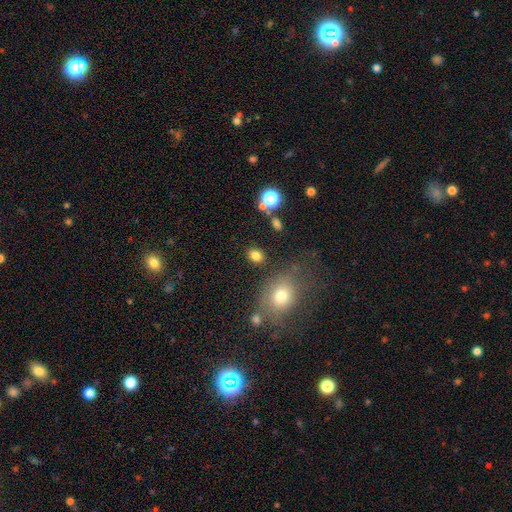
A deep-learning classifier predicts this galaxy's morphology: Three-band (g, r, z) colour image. It shows a smooth galaxy with no disk features (80%) that is in between round and cigar-shaped (61%). Merging: none (81%).